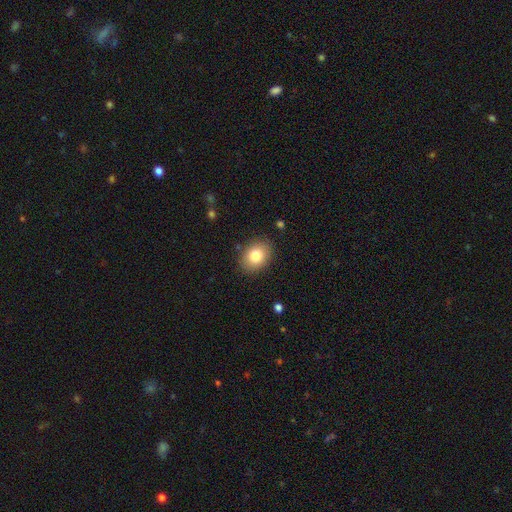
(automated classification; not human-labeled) A smooth galaxy with no disk features (82%) that is in between round and cigar-shaped (62%). Merging: none (86%).